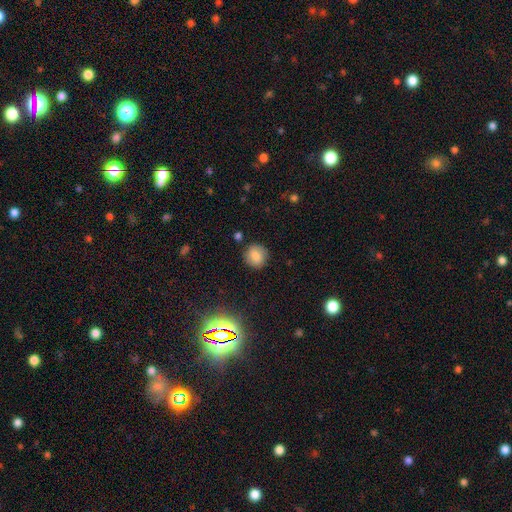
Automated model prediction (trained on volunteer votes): Overall: smooth (79%). How rounded: round (89%). Merging: none (88%).